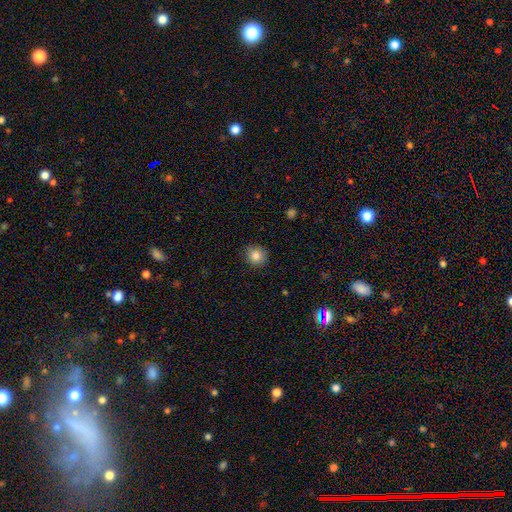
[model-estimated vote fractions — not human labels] smooth 85%, star or artifact 10%, featured or disk 5%. Down the decision tree: how rounded — round (89%); merging — none (88%).